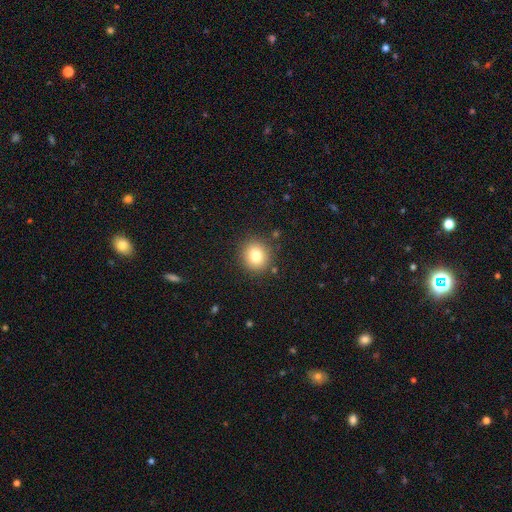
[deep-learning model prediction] A smooth galaxy with no disk features (79%) that is round (87%).

Vote fractions:
- Smooth or featured? smooth: 79% / star or artifact: 11% / featured or disk: 9%
- How rounded? round: 87% / in between: 12% / cigar-shaped: 1%
- Merging? none: 88% / minor disturbance: 8% / major disturbance: 3% / merger: 2%